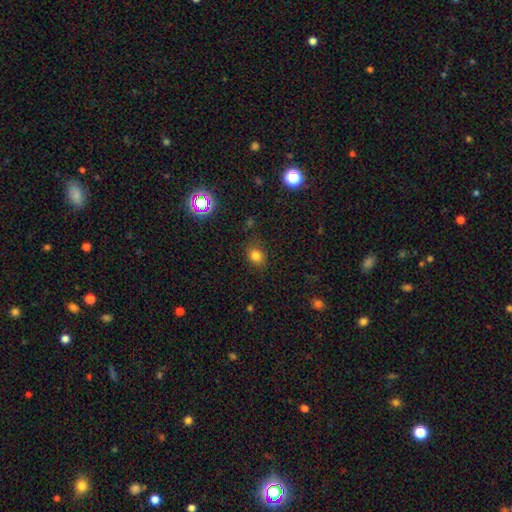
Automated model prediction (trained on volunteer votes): smooth-or-featured: smooth: 79% | star or artifact: 15% | featured or disk: 6%
  how-rounded: round: 57% | in between: 42% | cigar-shaped: 1%
  merging: none: 81% | minor disturbance: 14% | major disturbance: 4% | merger: 2%